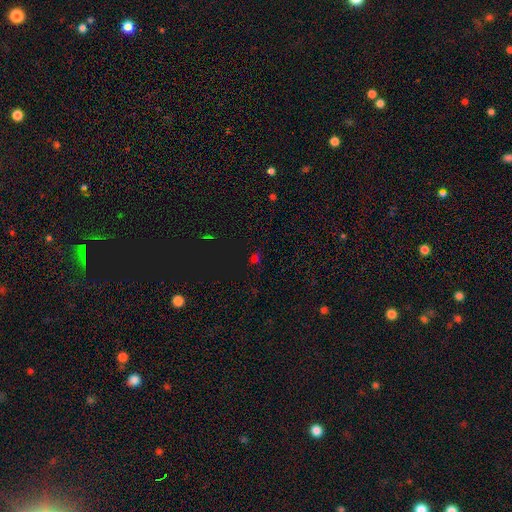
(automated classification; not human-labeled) Smooth or featured? Predicted: star or artifact (p=0.59).